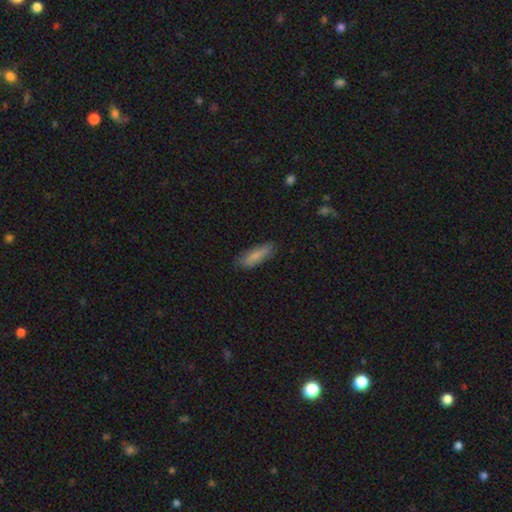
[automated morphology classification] This appears to be a smooth galaxy with no disk features (79%) that is cigar-shaped (52%). Merging: none (80%).